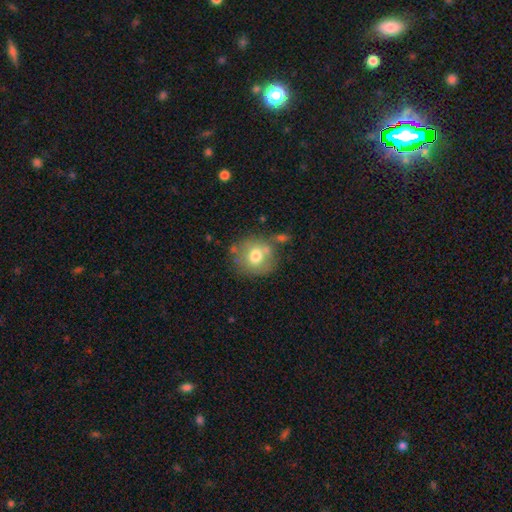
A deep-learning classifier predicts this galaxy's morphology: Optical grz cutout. It shows a smooth galaxy with no disk features (68%) that is round (83%). Merging: none (61%).